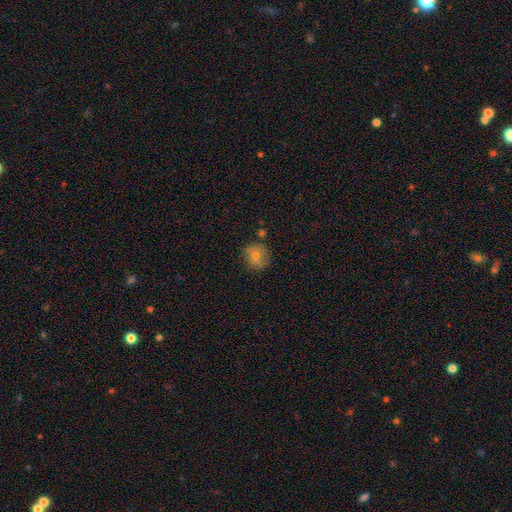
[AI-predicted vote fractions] Overall: smooth (66%). How rounded: round (83%). Merging: none (77%).